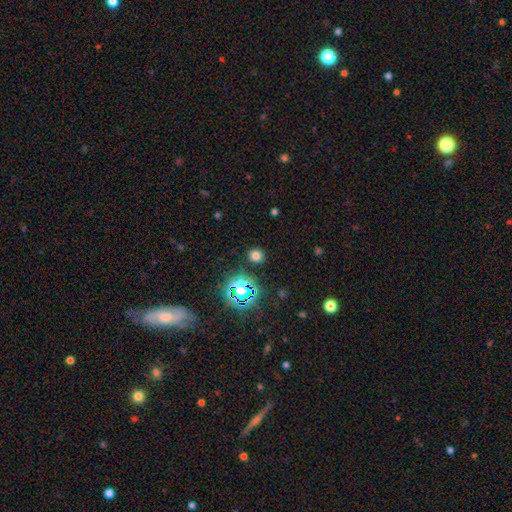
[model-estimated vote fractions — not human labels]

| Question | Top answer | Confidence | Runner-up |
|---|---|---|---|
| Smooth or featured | smooth | 69% | star or artifact (26%) |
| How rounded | round | 85% | in between (14%) |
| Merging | none | 88% | minor disturbance (7%) |